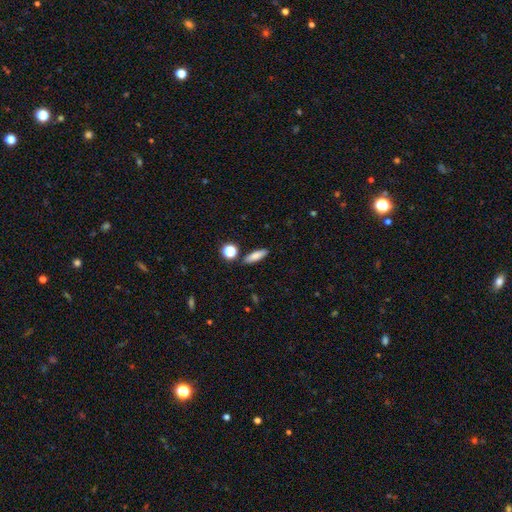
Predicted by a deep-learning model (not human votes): A smooth galaxy with no disk features (81%) that is in between round and cigar-shaped (49%). Merging: none (84%).